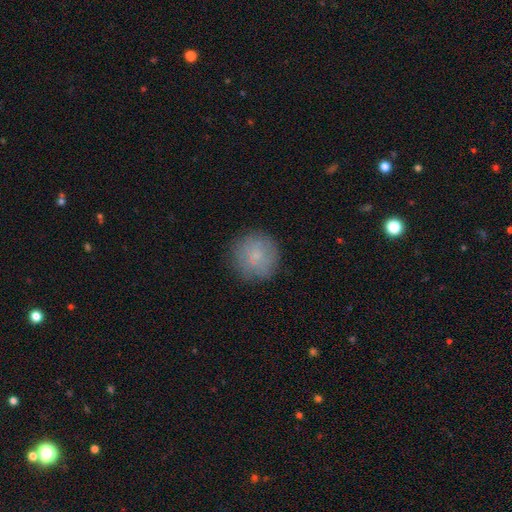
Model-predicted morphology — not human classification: Smooth or featured: smooth — 77% (featured or disk — 14%)
How rounded: round — 93% (in between — 6%)
Merging: none — 83% (minor disturbance — 12%)